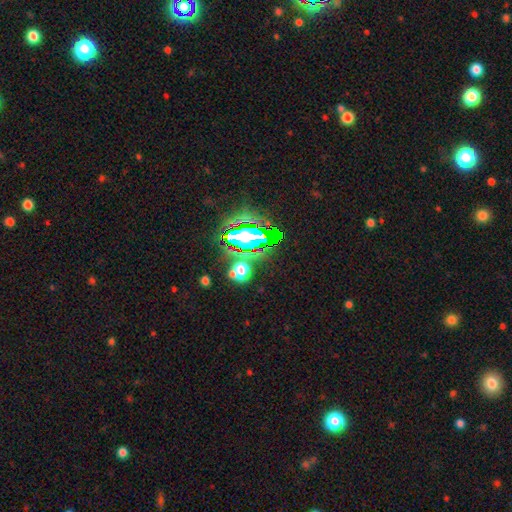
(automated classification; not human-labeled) Smooth or featured?
  - star or artifact: 72% *
  - smooth: 16%
  - featured or disk: 13%